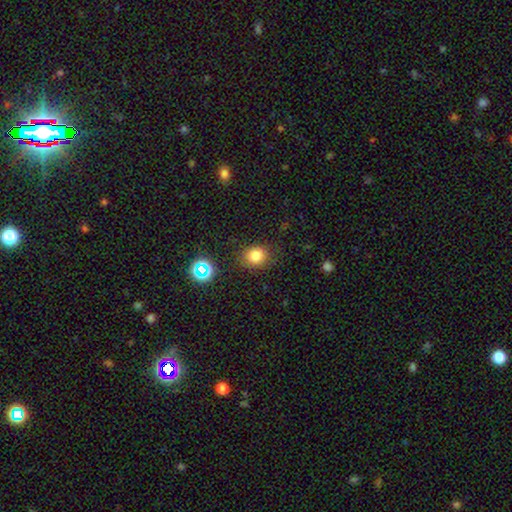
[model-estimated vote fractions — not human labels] This is likely a smooth galaxy (79%). How rounded: likely round (71%). Merging: clearly none (80%).